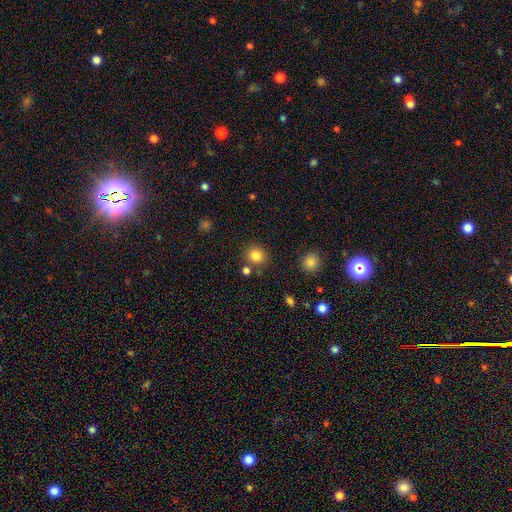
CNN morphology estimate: smooth-or-featured: smooth: 83% | star or artifact: 11% | featured or disk: 5%
  how-rounded: round: 84% | in between: 15% | cigar-shaped: 1%
  merging: none: 81% | minor disturbance: 8% | merger: 8% | major disturbance: 3%